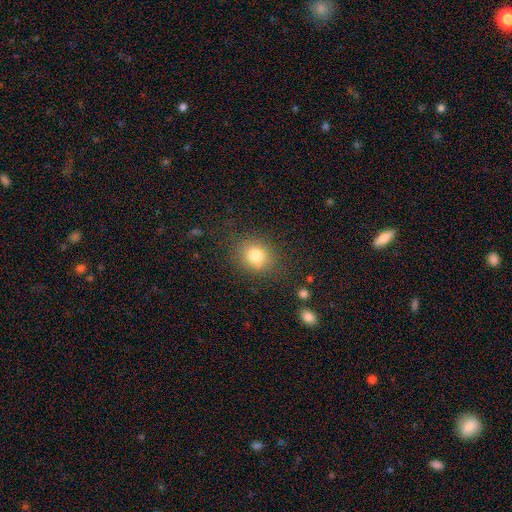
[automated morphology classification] Overall: smooth (80%). How rounded: round (71%). Merging: none (81%).